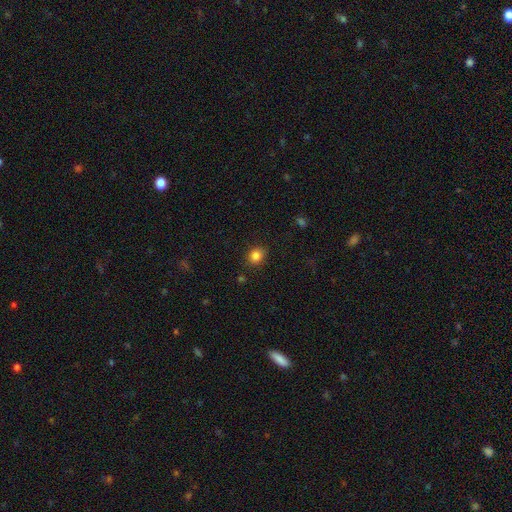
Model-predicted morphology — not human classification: Smooth or featured? smooth (84%)
How rounded? round (69%)
Merging? none (86%)